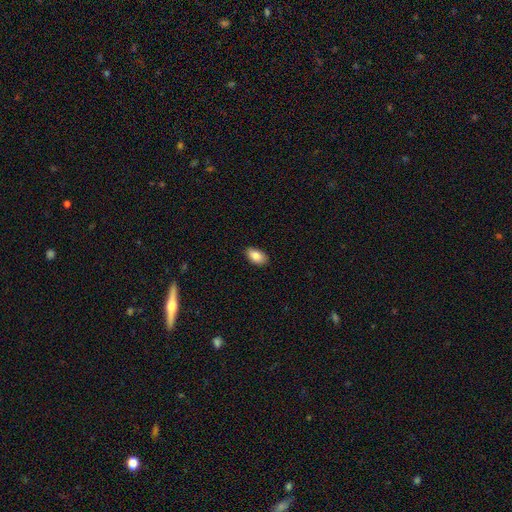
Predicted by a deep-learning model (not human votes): Morphology: type=smooth (86%); roundness=in between (93%); merging=none (88%).